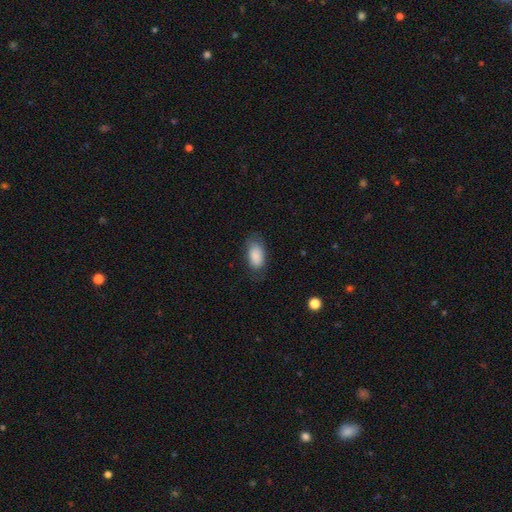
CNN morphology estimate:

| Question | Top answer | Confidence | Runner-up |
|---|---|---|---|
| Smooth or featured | smooth | 87% | star or artifact (7%) |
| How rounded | in between | 92% | round (4%) |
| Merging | none | 71% | minor disturbance (21%) |